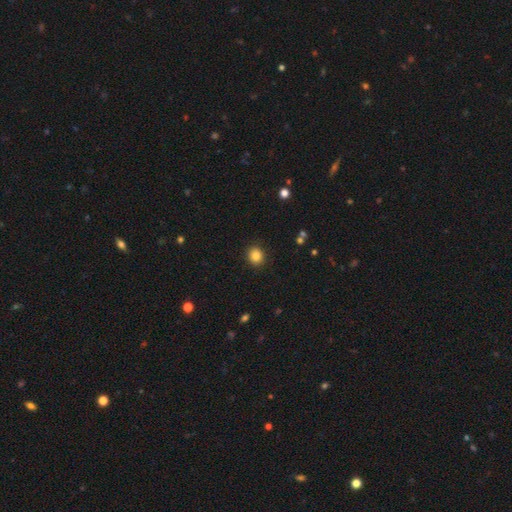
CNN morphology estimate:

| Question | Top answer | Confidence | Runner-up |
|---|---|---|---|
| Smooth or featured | smooth | 85% | star or artifact (11%) |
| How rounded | round | 77% | in between (22%) |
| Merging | none | 90% | minor disturbance (6%) |